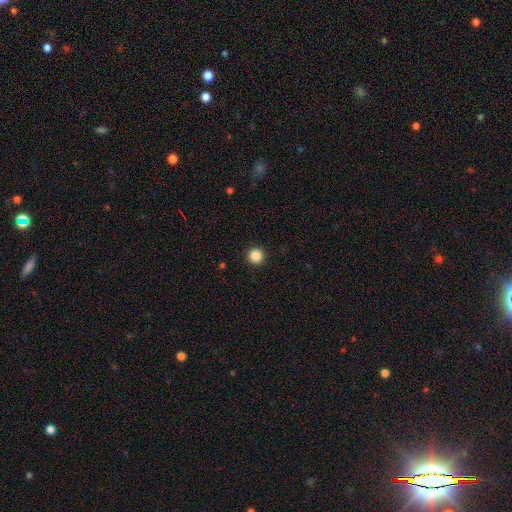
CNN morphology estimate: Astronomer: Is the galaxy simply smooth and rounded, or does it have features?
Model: smooth — 86%.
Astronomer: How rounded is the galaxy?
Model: round — 96%.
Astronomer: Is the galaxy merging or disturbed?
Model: none — 93%.